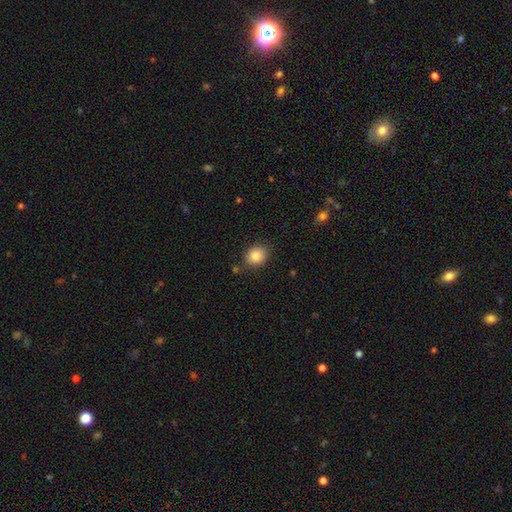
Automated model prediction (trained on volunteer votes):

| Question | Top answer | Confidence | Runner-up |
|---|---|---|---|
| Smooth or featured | smooth | 86% | star or artifact (9%) |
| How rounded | round | 65% | in between (34%) |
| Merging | none | 81% | minor disturbance (13%) |